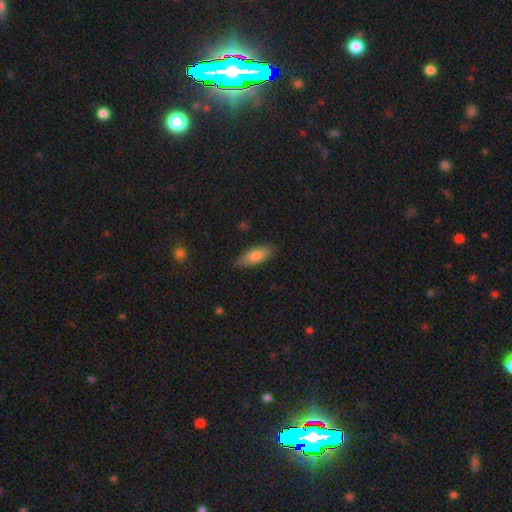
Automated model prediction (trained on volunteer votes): A smooth galaxy with no disk features (76%) that is in between round and cigar-shaped (67%).

Vote fractions:
- Smooth or featured? smooth: 76% / featured or disk: 17% / star or artifact: 7%
- How rounded? in between: 67% / cigar-shaped: 30% / round: 2%
- Merging? none: 84% / minor disturbance: 12% / major disturbance: 2% / merger: 1%